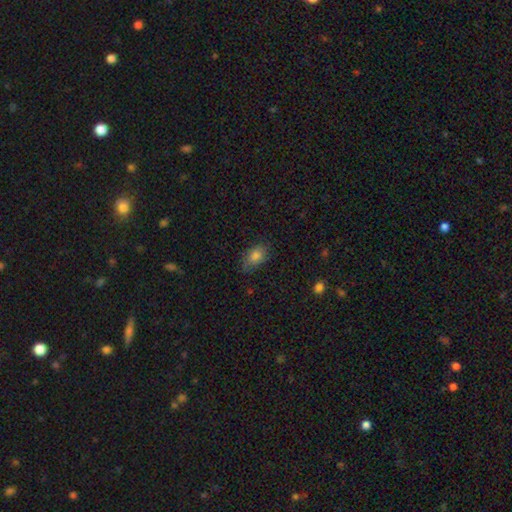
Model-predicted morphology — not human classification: smooth 80%, star or artifact 10%, featured or disk 9%. Down the decision tree: how rounded — in between (84%); merging — none (71%).